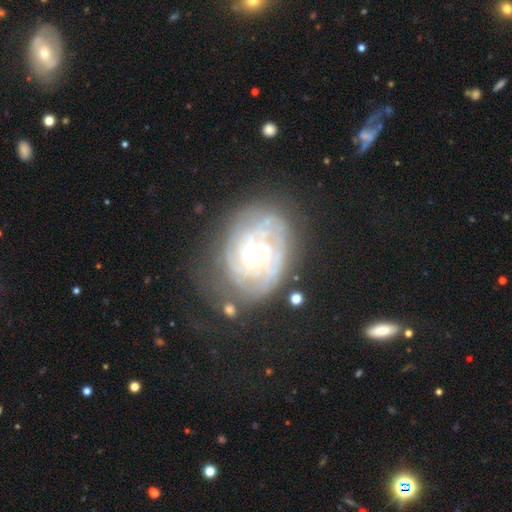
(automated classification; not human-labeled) Smooth or featured: featured or disk — 85% (smooth — 9%)
Edge-on disk: no — 97% (yes — 3%)
Bar: no — 77% (weak — 18%)
Spiral arms: yes — 93% (no — 7%)
Spiral winding: tight — 77% (medium — 18%)
Spiral arm count: can't tell — 42% (4 — 15%)
Bulge size: small — 48% (moderate — 47%)
Merging: none — 65% (minor disturbance — 20%)